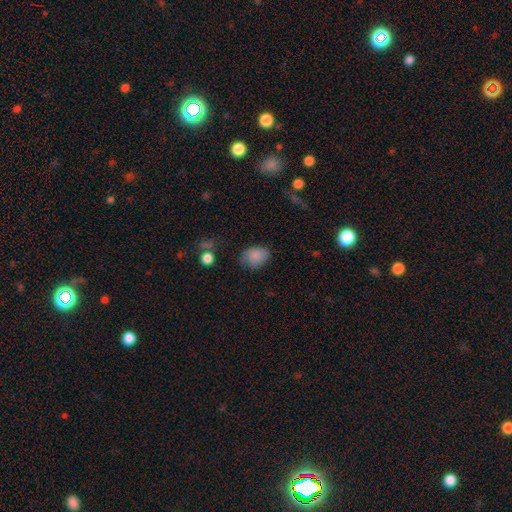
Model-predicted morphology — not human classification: Smooth or featured: smooth — 84% (star or artifact — 9%)
How rounded: in between — 69% (round — 30%)
Merging: none — 63% (minor disturbance — 27%)